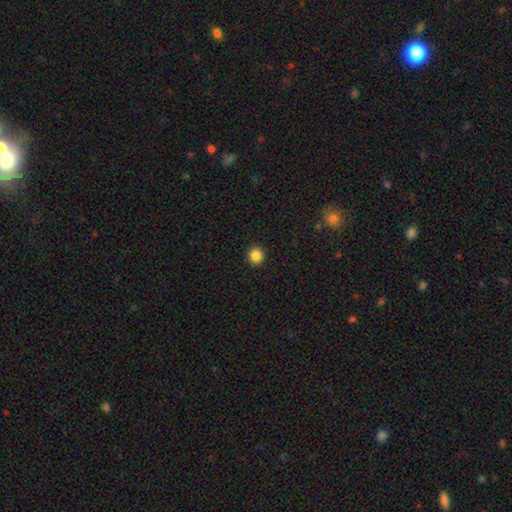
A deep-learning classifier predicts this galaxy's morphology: This is clearly a smooth galaxy (86%). How rounded: clearly round (94%). Merging: clearly none (93%).